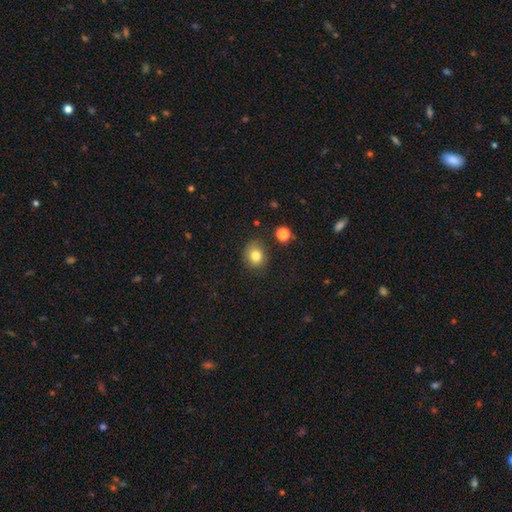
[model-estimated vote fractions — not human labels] Smooth or featured: smooth — 81% (star or artifact — 11%)
How rounded: round — 63% (in between — 36%)
Merging: none — 79% (minor disturbance — 14%)